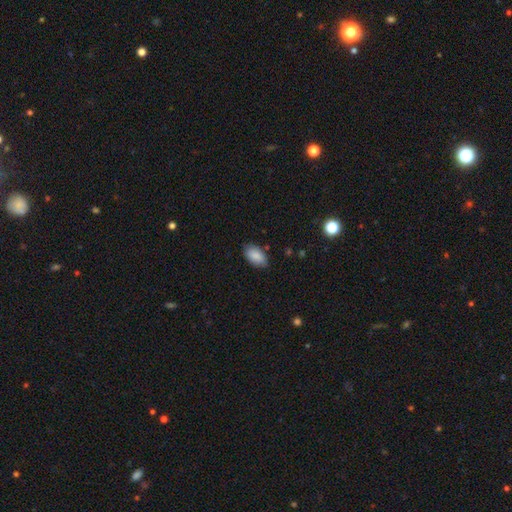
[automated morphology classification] smooth 88%, star or artifact 7%, featured or disk 5%. Down the decision tree: how rounded — in between (94%); merging — none (82%).